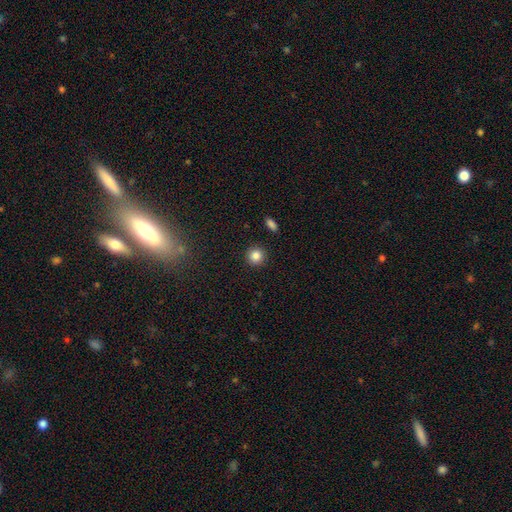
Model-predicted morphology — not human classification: Q: Smooth or featured?
A: smooth (85%); runner-up: star or artifact (11%)
Q: How rounded?
A: round (93%); runner-up: in between (6%)
Q: Merging?
A: none (91%); runner-up: minor disturbance (5%)